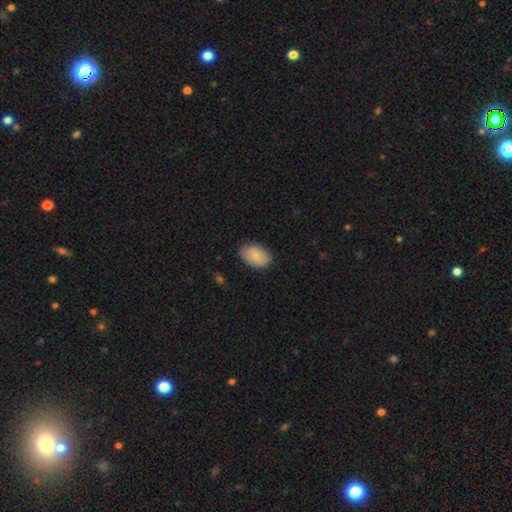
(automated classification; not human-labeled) smooth 85%, featured or disk 9%, star or artifact 6%. Down the decision tree: how rounded — in between (89%); merging — none (86%).